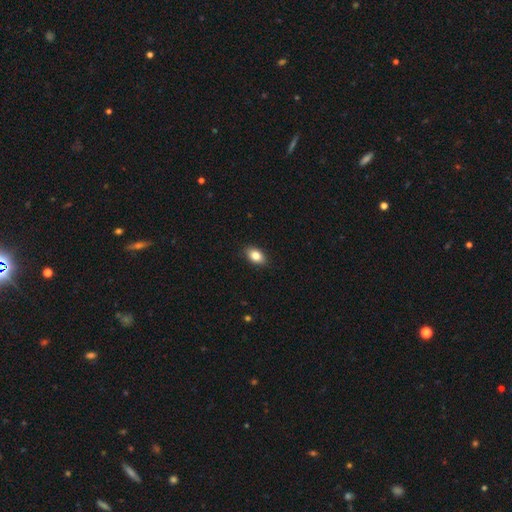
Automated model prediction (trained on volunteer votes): Overall: smooth (84%). How rounded: in between (88%). Merging: none (88%).